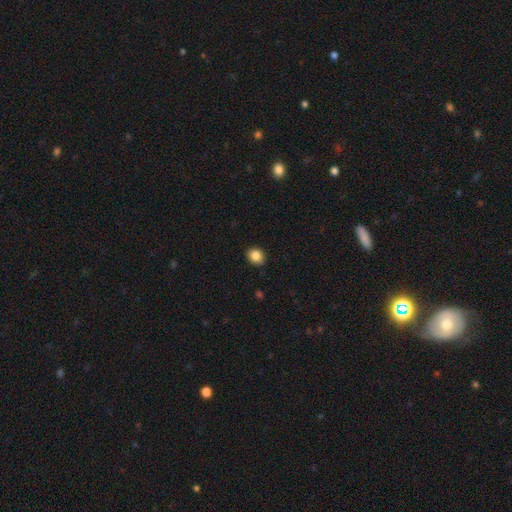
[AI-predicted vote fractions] Morphology: type=smooth (85%); roundness=round (57%); merging=none (89%).